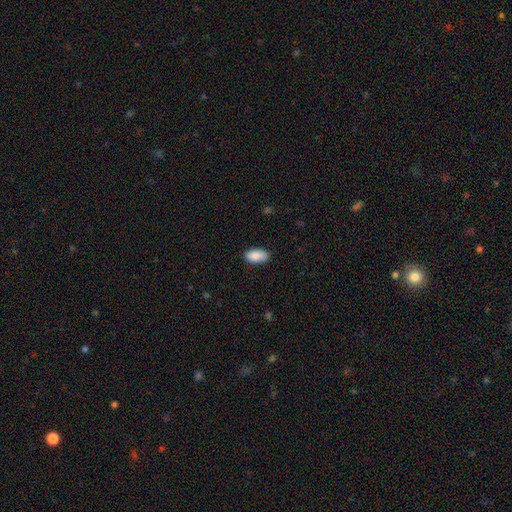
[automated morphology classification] This appears to be a smooth galaxy with no disk features (88%) that is in between round and cigar-shaped (94%). Merging: none (85%).